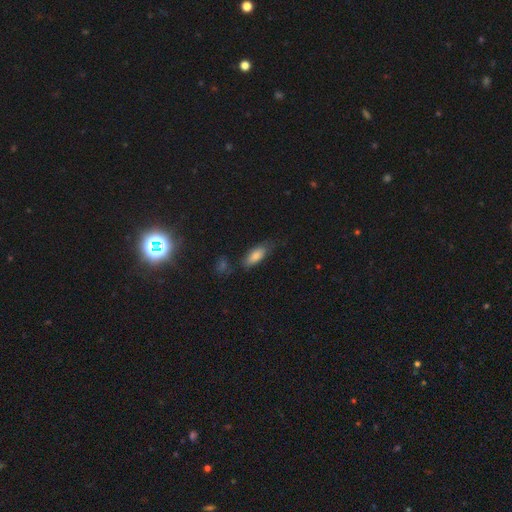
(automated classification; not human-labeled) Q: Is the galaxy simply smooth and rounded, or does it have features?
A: smooth — 80%.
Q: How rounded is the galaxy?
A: in between — 75%.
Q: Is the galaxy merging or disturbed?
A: none — 68%.